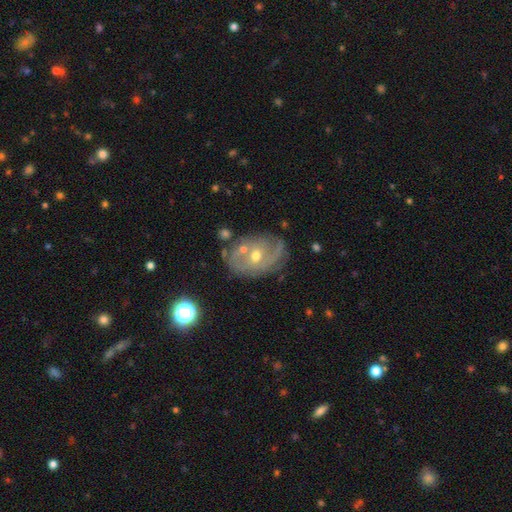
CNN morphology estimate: smooth_or_featured: featured or disk (p=0.72) [alt: smooth p=0.16]
disk_edge_on: no (p=0.95) [alt: yes p=0.05]
bar: no (p=0.59) [alt: weak p=0.32]
has_spiral_arms: yes (p=0.77) [alt: no p=0.23]
spiral_winding: tight (p=0.51) [alt: medium p=0.33]
spiral_arm_count: can't tell (p=0.39) [alt: 2 p=0.37]
bulge_size: moderate (p=0.52) [alt: small p=0.45]
merging: none (p=0.65) [alt: minor disturbance p=0.19]